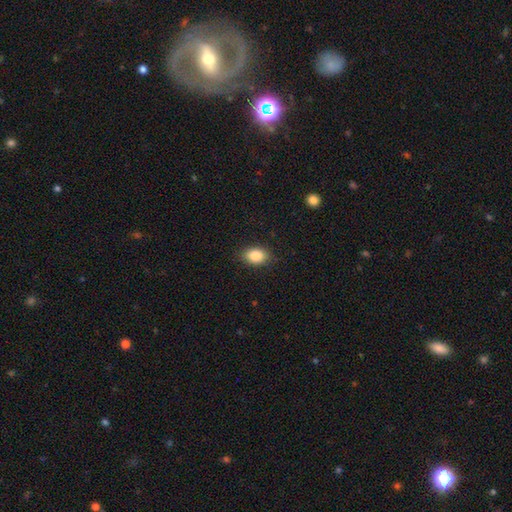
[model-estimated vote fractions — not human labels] This is clearly a smooth galaxy (85%). How rounded: likely in between (79%). Merging: clearly none (88%).